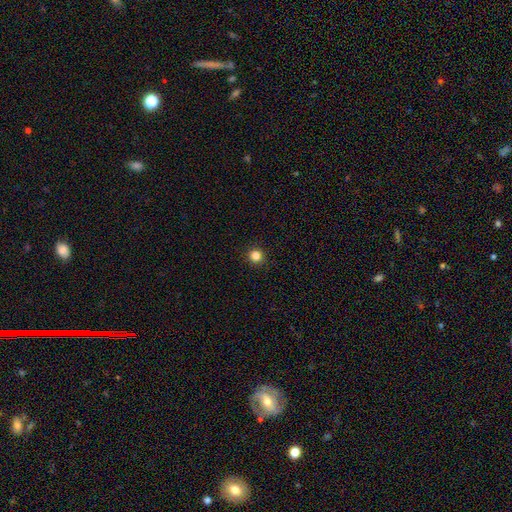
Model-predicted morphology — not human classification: Smooth or featured? smooth (83%)
How rounded? round (95%)
Merging? none (93%)